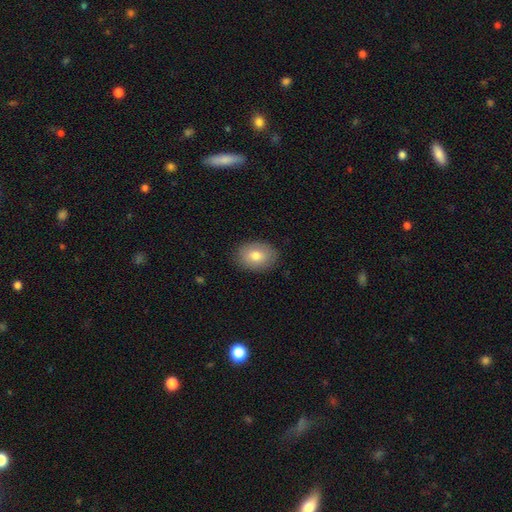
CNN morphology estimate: smooth_or_featured: smooth (p=0.78) [alt: featured or disk p=0.15]
how_rounded: in between (p=0.75) [alt: round p=0.24]
merging: none (p=0.86) [alt: minor disturbance p=0.11]